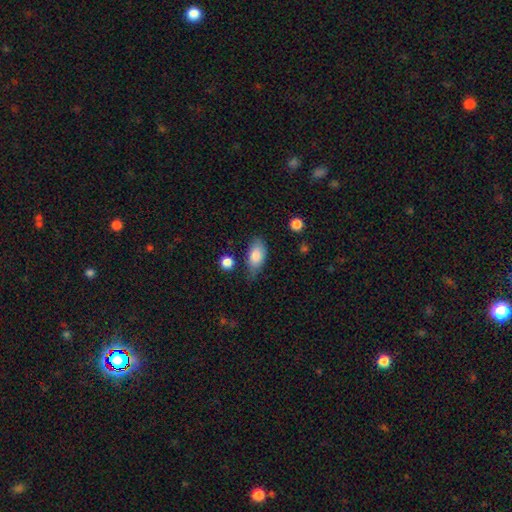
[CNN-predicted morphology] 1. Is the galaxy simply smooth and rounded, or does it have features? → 82% smooth, 11% featured or disk, 7% star or artifact.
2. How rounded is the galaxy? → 90% in between, 5% cigar-shaped, 5% round.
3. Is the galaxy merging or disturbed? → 58% none, 30% minor disturbance, 8% major disturbance, 4% merger.